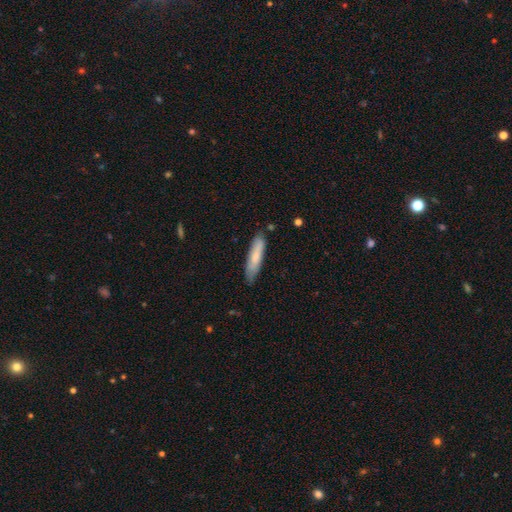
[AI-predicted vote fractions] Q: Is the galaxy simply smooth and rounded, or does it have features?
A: smooth — 76%.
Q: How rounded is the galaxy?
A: cigar-shaped — 78%.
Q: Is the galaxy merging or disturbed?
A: none — 79%.